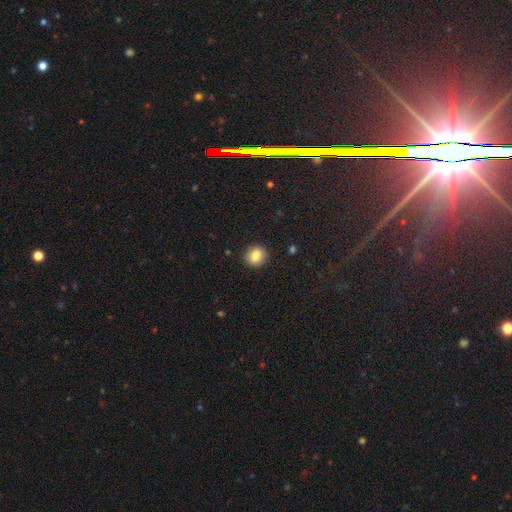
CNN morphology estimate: smooth_or_featured: smooth (p=0.84) [alt: star or artifact p=0.09]
how_rounded: round (p=0.79) [alt: in between p=0.20]
merging: none (p=0.90) [alt: minor disturbance p=0.07]